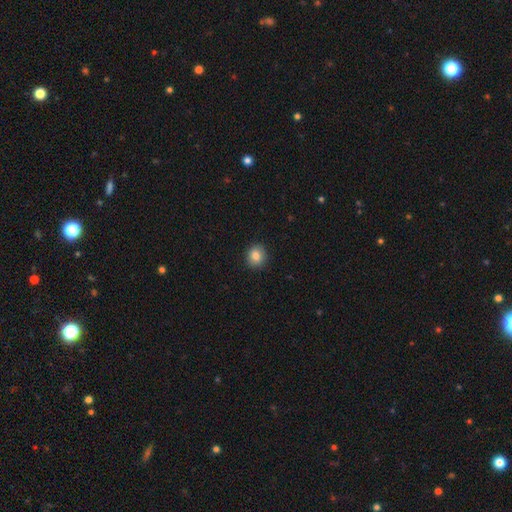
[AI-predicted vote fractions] This appears to be a smooth galaxy with no disk features (84%) that is round (83%). Merging: none (91%).